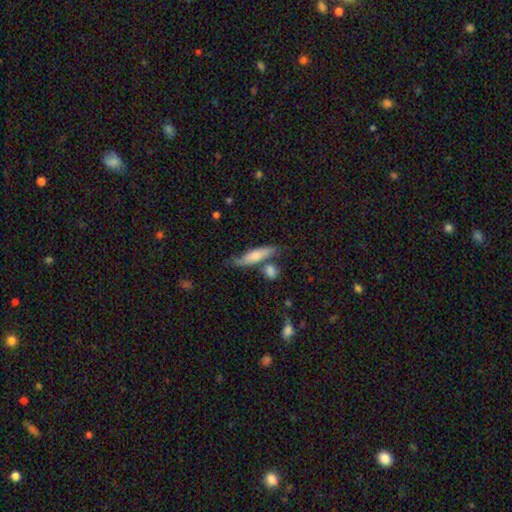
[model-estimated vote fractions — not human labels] A smooth galaxy with no disk features (67%) that is cigar-shaped (64%).

Vote fractions:
- Smooth or featured? smooth: 67% / featured or disk: 27% / star or artifact: 6%
- How rounded? cigar-shaped: 64% / in between: 33% / round: 3%
- Merging? none: 53% / minor disturbance: 22% / merger: 17% / major disturbance: 8%